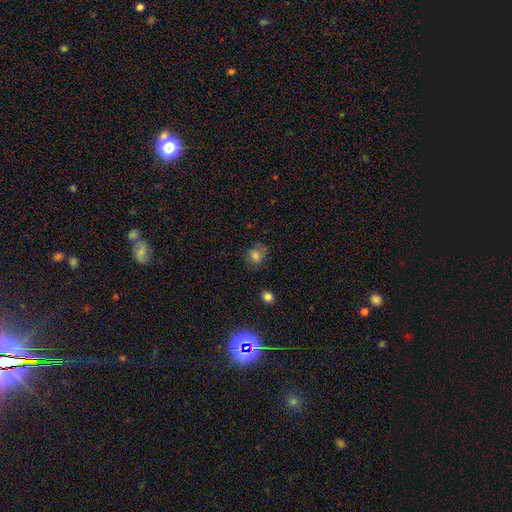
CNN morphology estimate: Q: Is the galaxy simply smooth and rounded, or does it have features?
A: smooth — 78%.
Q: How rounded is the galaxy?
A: round — 70%.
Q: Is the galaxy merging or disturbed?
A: none — 74%.